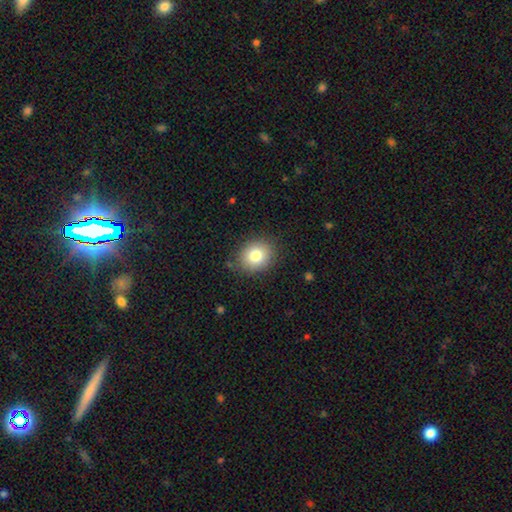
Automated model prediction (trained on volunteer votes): A smooth galaxy with no disk features (81%) that is round (65%). Merging: none (85%).